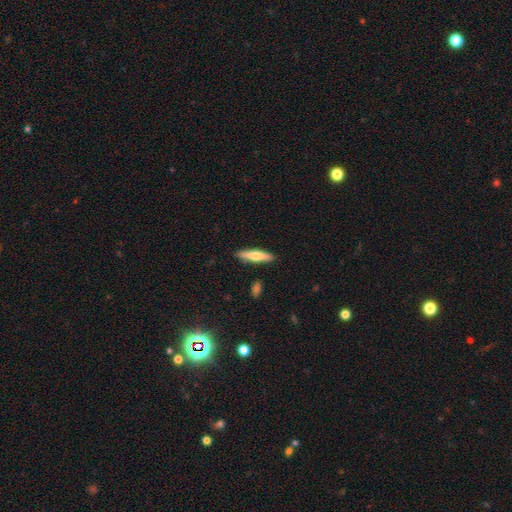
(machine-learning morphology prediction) smooth_or_featured: smooth (p=0.64) [alt: featured or disk p=0.31]
how_rounded: cigar-shaped (p=0.76) [alt: in between p=0.22]
merging: none (p=0.86) [alt: minor disturbance p=0.09]